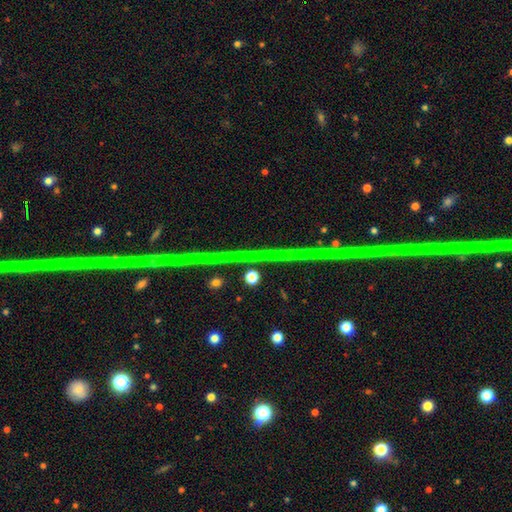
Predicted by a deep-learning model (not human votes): A star or artifact, not a galaxy (83%).

Vote fractions:
- Smooth or featured? star or artifact: 83% / featured or disk: 11% / smooth: 6%